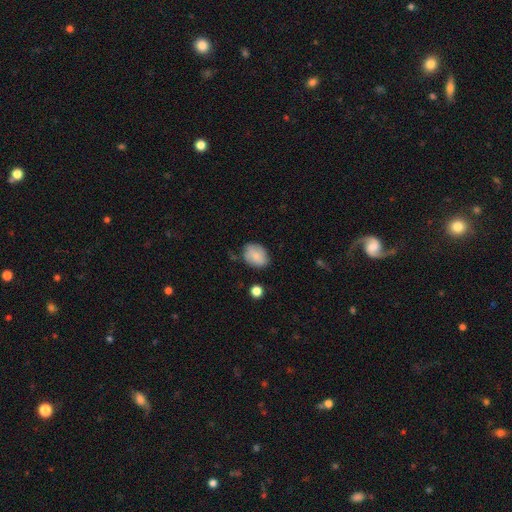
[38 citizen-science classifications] smooth 87%, featured or disk 8%, star or artifact 5%. Down the decision tree: how rounded — in between (79%); merging — none (72%).